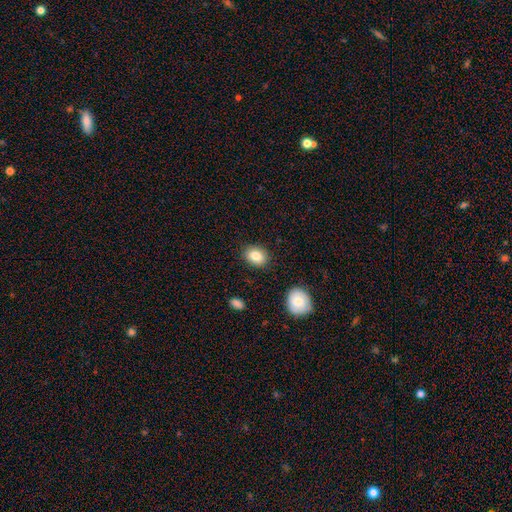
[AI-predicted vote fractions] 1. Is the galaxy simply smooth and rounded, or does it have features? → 84% smooth, 8% star or artifact, 8% featured or disk.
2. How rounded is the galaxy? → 62% in between, 37% round, 1% cigar-shaped.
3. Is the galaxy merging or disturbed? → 86% none, 9% minor disturbance, 2% major disturbance, 2% merger.